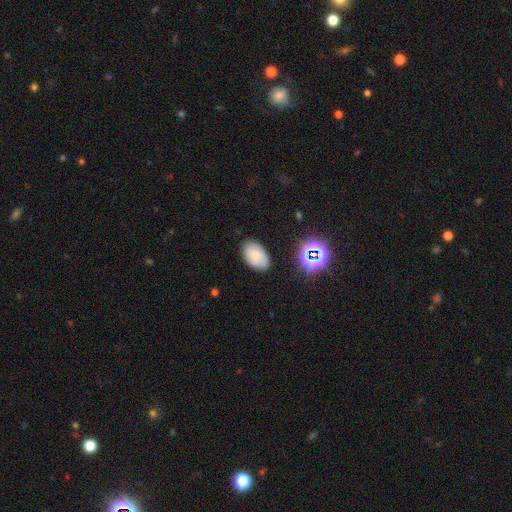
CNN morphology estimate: Q: Smooth or featured?
A: smooth (75%); runner-up: featured or disk (14%)
Q: How rounded?
A: in between (91%); runner-up: round (8%)
Q: Merging?
A: none (81%); runner-up: minor disturbance (14%)